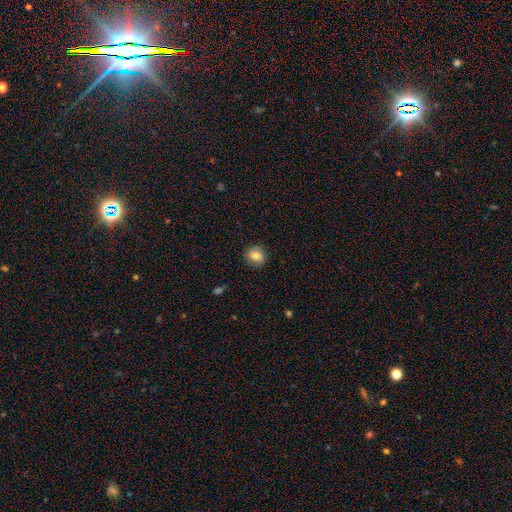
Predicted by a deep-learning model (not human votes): Overall: smooth (79%). How rounded: round (85%). Merging: none (88%).